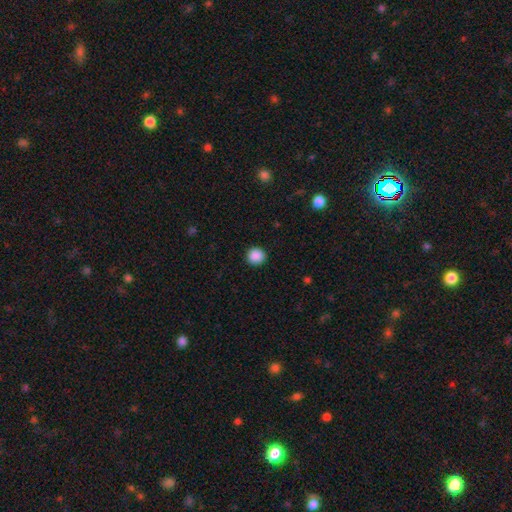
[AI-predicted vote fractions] Smooth or featured?
  - smooth: 88% *
  - star or artifact: 9%
  - featured or disk: 2%
How rounded?
  - round: 93% *
  - in between: 6%
  - cigar-shaped: 1%
Merging?
  - none: 92% *
  - minor disturbance: 5%
  - major disturbance: 2%
  - merger: 1%